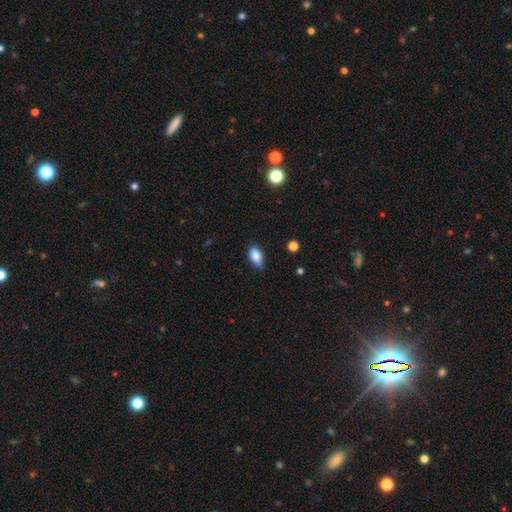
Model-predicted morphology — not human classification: A smooth galaxy with no disk features (84%) that is in between round and cigar-shaped (89%). Merging: none (63%).